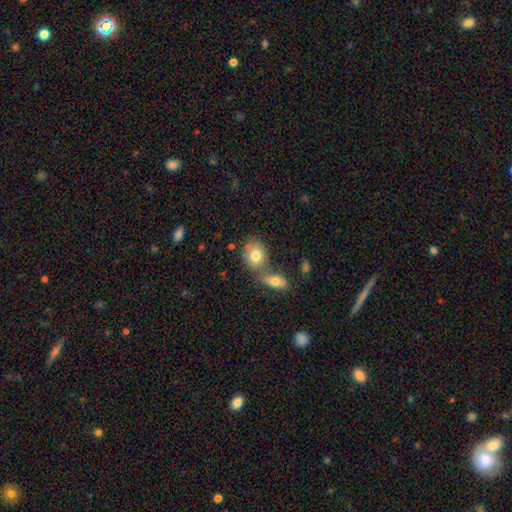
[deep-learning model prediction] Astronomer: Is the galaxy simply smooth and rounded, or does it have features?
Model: smooth — 77%.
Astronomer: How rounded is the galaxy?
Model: in between — 59% (runner-up: round, 39%).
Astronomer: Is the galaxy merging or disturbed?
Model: none — 42%, tied with merger at 42%.